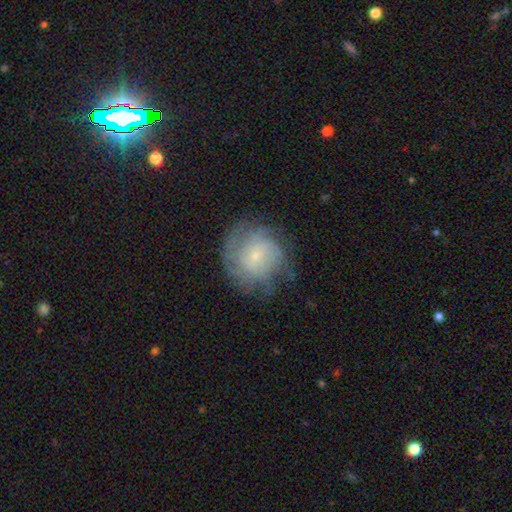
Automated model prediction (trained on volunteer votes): Smooth or featured?
  - featured or disk: 61% *
  - smooth: 30%
  - star or artifact: 9%
Edge-on disk?
  - no: 97% *
  - yes: 3%
Bar?
  - no: 70% *
  - weak: 26%
  - strong: 4%
Spiral arms?
  - yes: 84% *
  - no: 16%
Bulge size?
  - small: 75% *
  - moderate: 18%
  - none: 4%
  - large: 2%
  - dominant: 1%
Merging?
  - none: 68% *
  - minor disturbance: 20%
  - major disturbance: 11%
  - merger: 1%